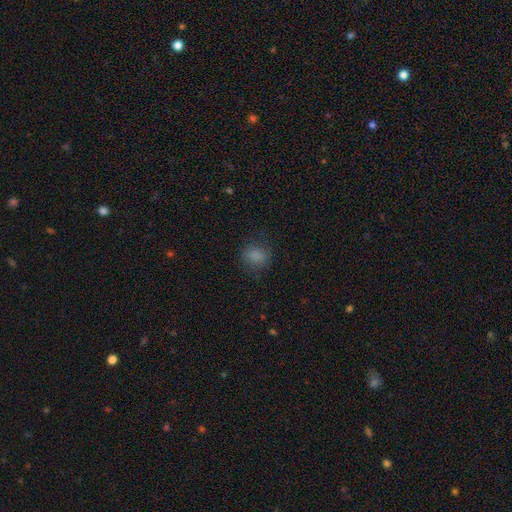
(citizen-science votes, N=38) Smooth or featured? 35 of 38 (92%) said smooth. How rounded? 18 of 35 (51%) said round. Merging? 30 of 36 (83%) said none.